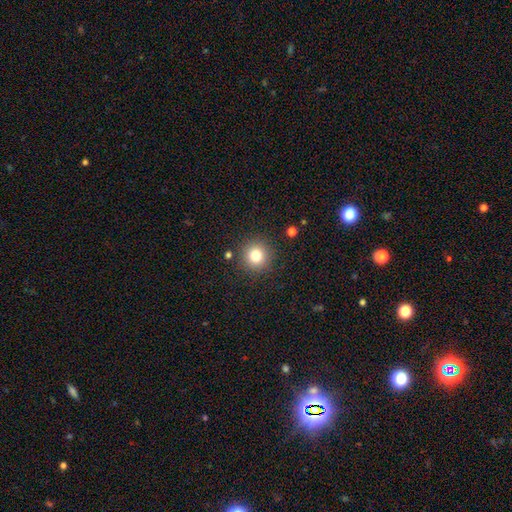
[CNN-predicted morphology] Smooth or featured? smooth (80%)
How rounded? round (94%)
Merging? none (89%)